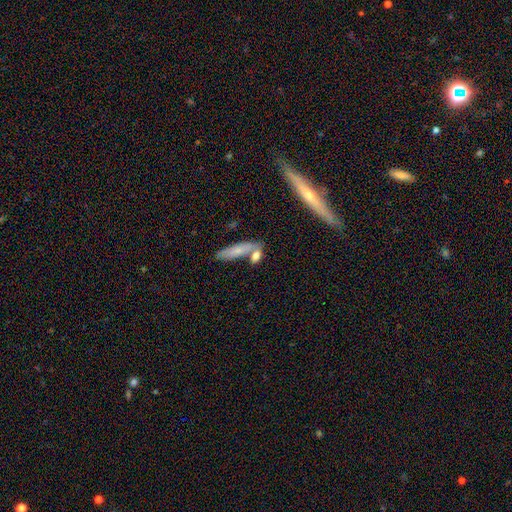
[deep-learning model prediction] A smooth galaxy with no disk features (74%) that is in between round and cigar-shaped (53%).

Vote fractions:
- Smooth or featured? smooth: 74% / featured or disk: 18% / star or artifact: 8%
- How rounded? in between: 53% / cigar-shaped: 39% / round: 9%
- Merging? none: 52% / merger: 32% / minor disturbance: 11% / major disturbance: 4%